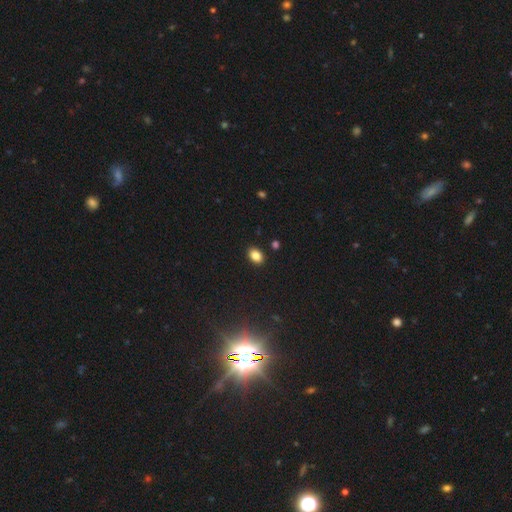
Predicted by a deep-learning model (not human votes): Overall: smooth (85%). How rounded: in between (80%). Merging: none (89%).